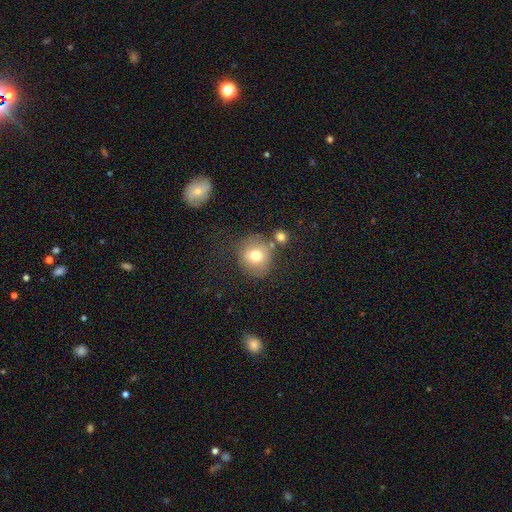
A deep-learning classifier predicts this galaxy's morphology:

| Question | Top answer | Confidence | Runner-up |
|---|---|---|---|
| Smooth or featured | smooth | 73% | featured or disk (16%) |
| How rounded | round | 84% | in between (15%) |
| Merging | none | 66% | minor disturbance (16%) |